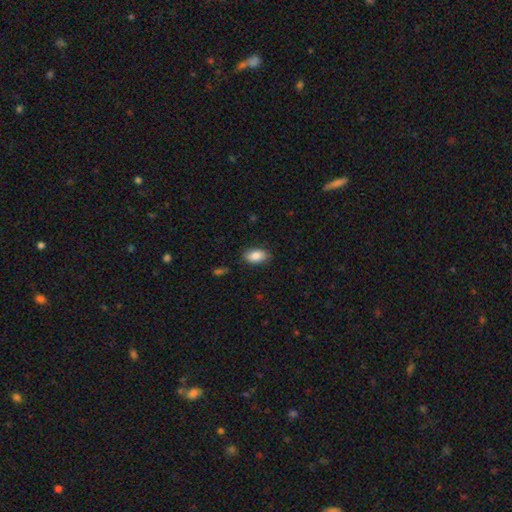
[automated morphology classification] Q: Smooth or featured?
A: smooth (86%); runner-up: featured or disk (7%)
Q: How rounded?
A: in between (92%); runner-up: round (5%)
Q: Merging?
A: none (85%); runner-up: minor disturbance (11%)